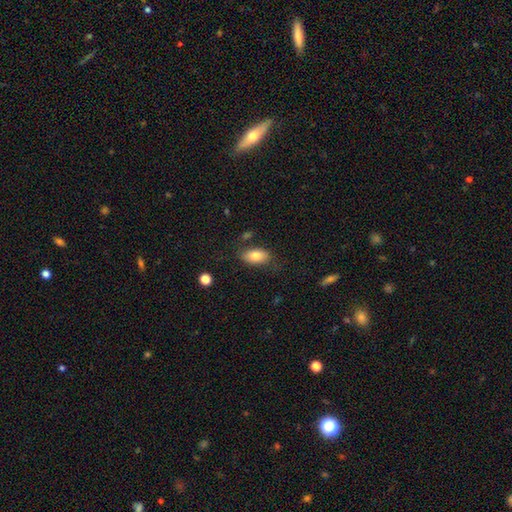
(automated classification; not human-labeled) Smooth or featured: smooth — 79% (featured or disk — 13%)
How rounded: in between — 92% (round — 6%)
Merging: none — 77% (minor disturbance — 15%)